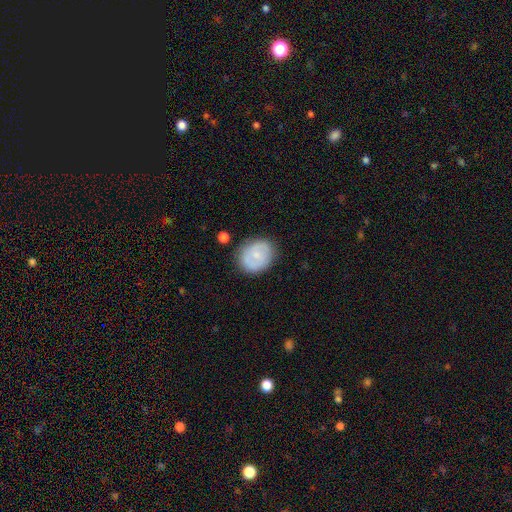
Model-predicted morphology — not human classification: smooth 50%, featured or disk 43%, star or artifact 7%. Down the decision tree: how rounded — round (60%); merging — none (78%).